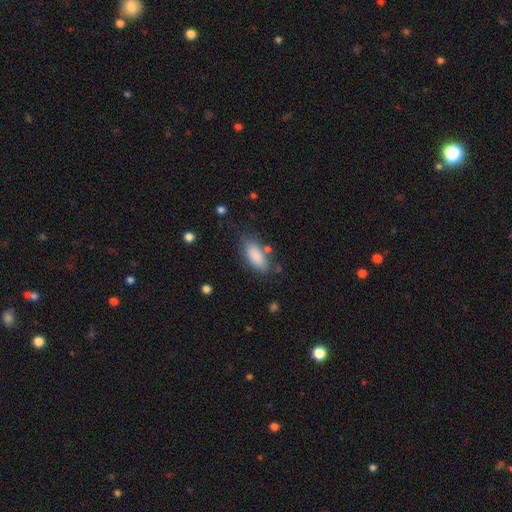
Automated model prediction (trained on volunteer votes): This is clearly a smooth galaxy (87%). How rounded: clearly in between (84%). Merging: likely none (74%).